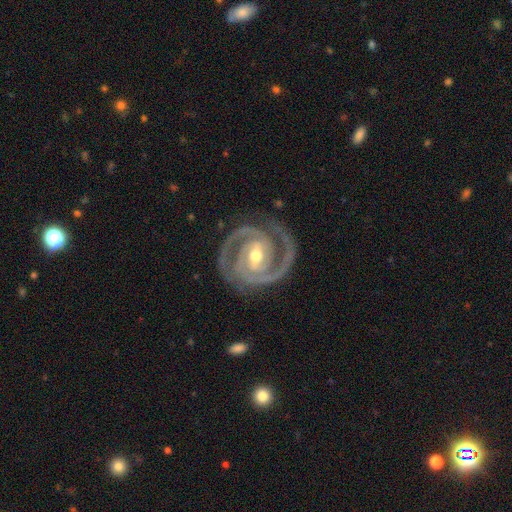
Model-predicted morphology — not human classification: smooth_or_featured: featured or disk (p=0.94) [alt: star or artifact p=0.03]
disk_edge_on: no (p=0.98) [alt: yes p=0.02]
bar: strong (p=0.42) [alt: weak p=0.41]
has_spiral_arms: yes (p=0.99) [alt: no p=0.01]
spiral_winding: tight (p=0.68) [alt: medium p=0.29]
spiral_arm_count: 2 (p=0.89) [alt: 3 p=0.05]
bulge_size: moderate (p=0.65) [alt: small p=0.30]
merging: none (p=0.83) [alt: minor disturbance p=0.12]